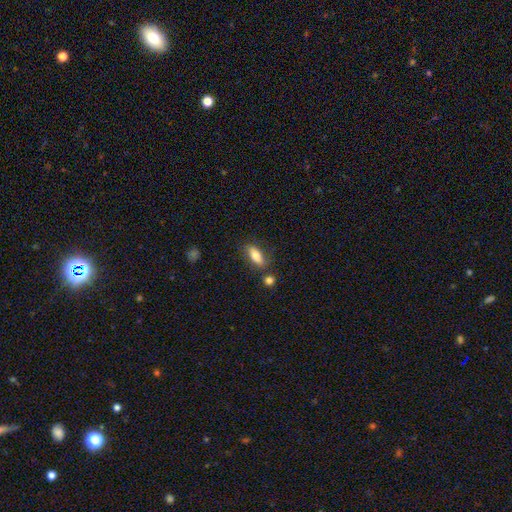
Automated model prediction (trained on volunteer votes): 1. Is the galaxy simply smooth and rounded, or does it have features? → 76% smooth, 17% featured or disk, 7% star or artifact.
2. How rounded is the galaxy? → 79% in between, 18% cigar-shaped, 3% round.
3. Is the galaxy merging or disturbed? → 73% none, 15% minor disturbance, 7% merger, 4% major disturbance.